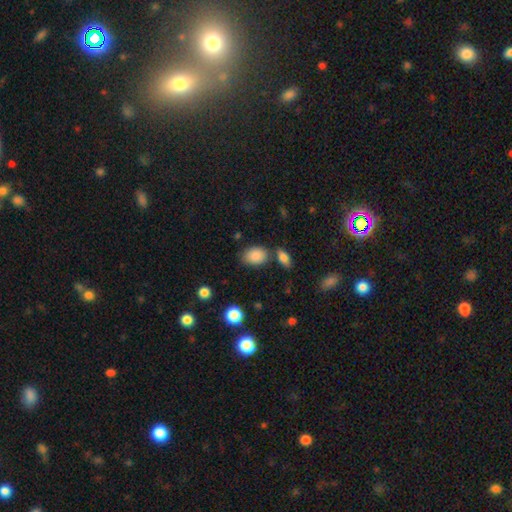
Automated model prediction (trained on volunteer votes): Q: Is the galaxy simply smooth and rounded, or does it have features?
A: smooth — 87%.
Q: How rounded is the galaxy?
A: in between — 79%.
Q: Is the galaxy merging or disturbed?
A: none — 71%.